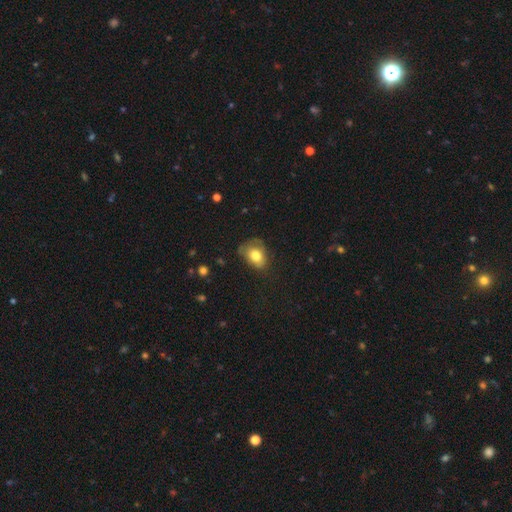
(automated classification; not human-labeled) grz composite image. It shows a smooth galaxy with no disk features (76%) that is in between round and cigar-shaped (76%). Merging: none (48%).